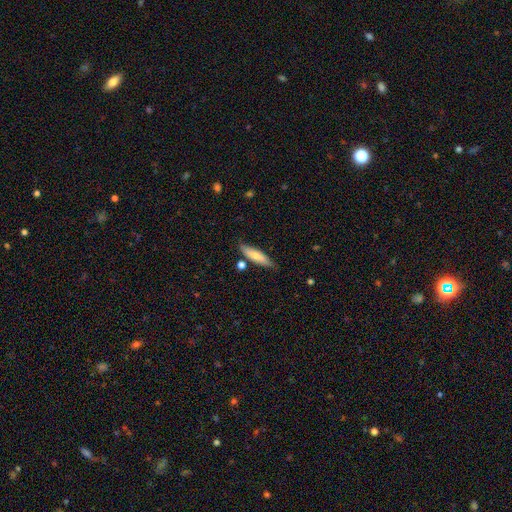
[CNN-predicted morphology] smooth_or_featured: smooth (p=0.68) [alt: featured or disk p=0.26]
how_rounded: cigar-shaped (p=0.69) [alt: in between p=0.29]
merging: none (p=0.77) [alt: minor disturbance p=0.15]